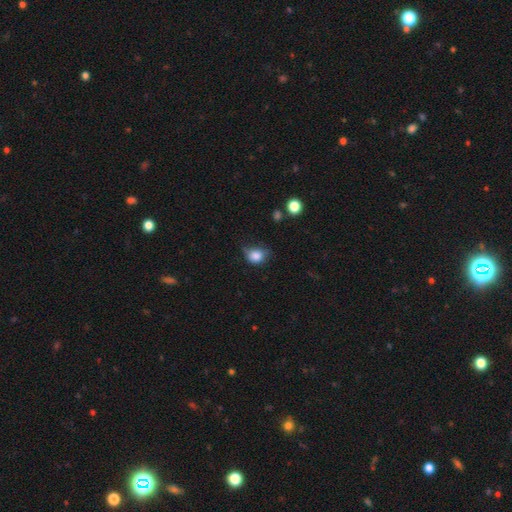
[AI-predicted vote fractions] Smooth or featured? Predicted: smooth (p=0.83). How rounded? Predicted: round (p=0.60). Merging? Predicted: none (p=0.41, tied with minor disturbance).